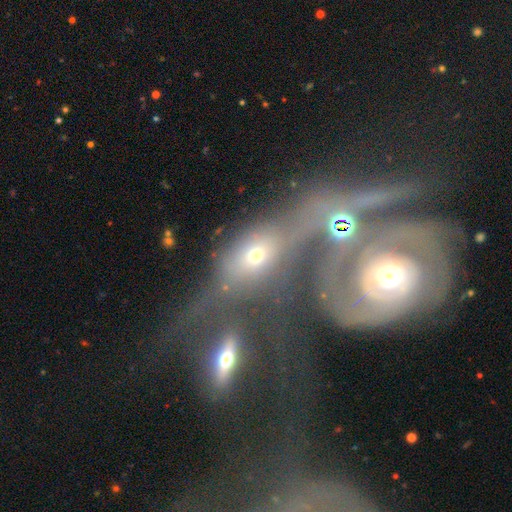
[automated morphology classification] This is marginally a smooth galaxy (43%). Merging: possibly merger (49%).